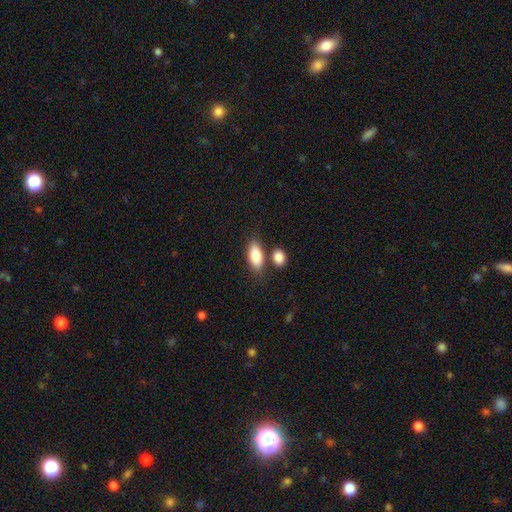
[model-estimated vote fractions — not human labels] smooth_or_featured: smooth (p=0.84) [alt: featured or disk p=0.09]
how_rounded: in between (p=0.84) [alt: cigar-shaped p=0.11]
merging: none (p=0.67) [alt: merger p=0.17]